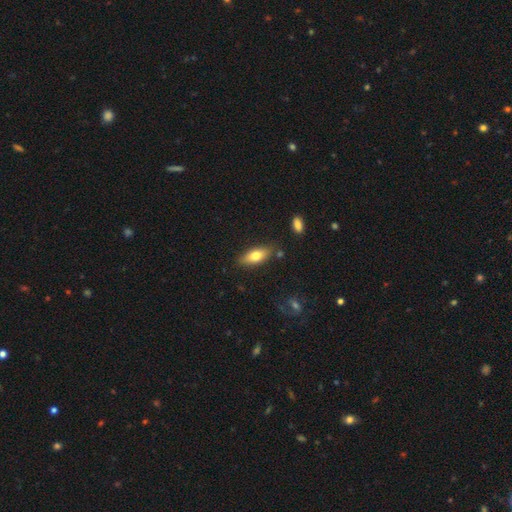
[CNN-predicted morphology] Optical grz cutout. It shows a smooth galaxy with no disk features (72%) that is in between round and cigar-shaped (76%). Merging: none (82%).